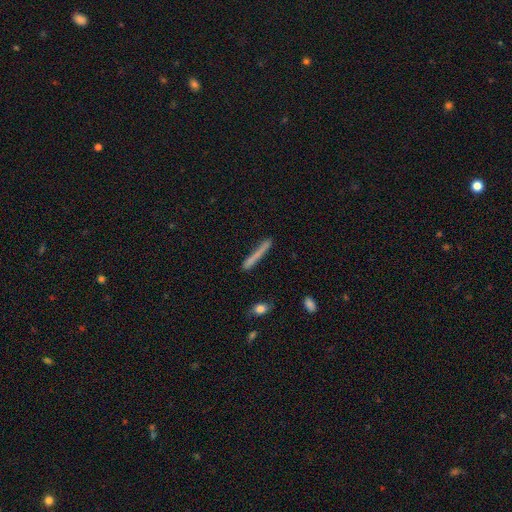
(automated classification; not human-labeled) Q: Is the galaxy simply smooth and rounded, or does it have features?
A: smooth — 66%.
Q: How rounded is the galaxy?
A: cigar-shaped — 96%.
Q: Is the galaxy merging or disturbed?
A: none — 81%.